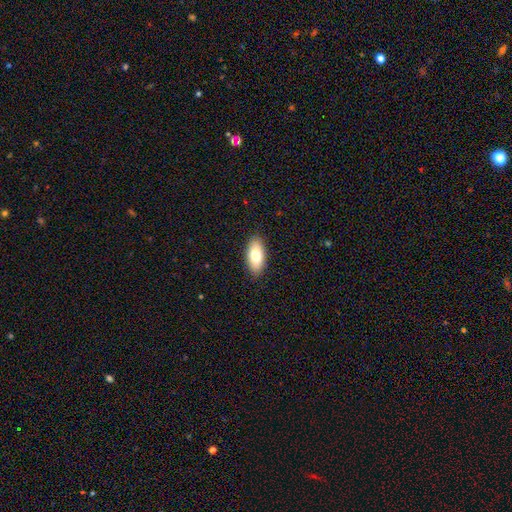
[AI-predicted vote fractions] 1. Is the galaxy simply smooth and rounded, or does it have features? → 76% smooth, 17% featured or disk, 7% star or artifact.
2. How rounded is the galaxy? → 89% in between, 8% cigar-shaped, 3% round.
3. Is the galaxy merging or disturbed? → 89% none, 9% minor disturbance, 2% major disturbance, 1% merger.